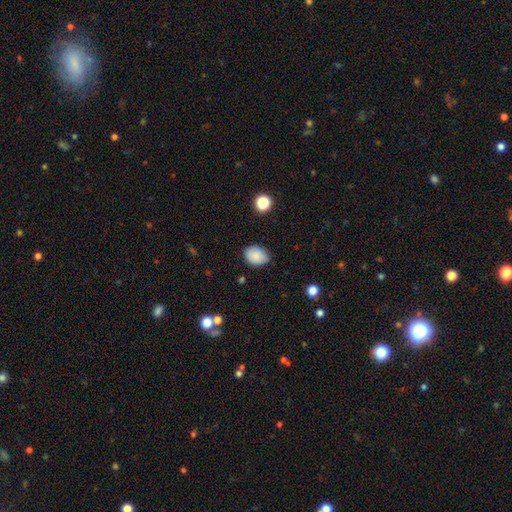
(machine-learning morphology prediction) Overall: smooth (87%). How rounded: in between (65%; round 34%). Merging: none (78%).